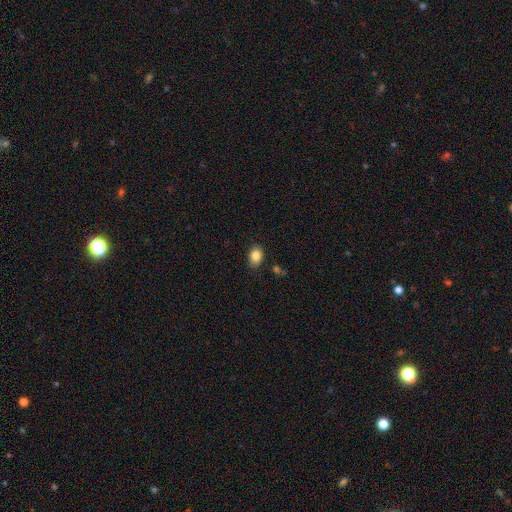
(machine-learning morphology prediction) Smooth or featured?
  - smooth: 85% *
  - star or artifact: 9%
  - featured or disk: 6%
How rounded?
  - in between: 69% *
  - round: 30%
  - cigar-shaped: 1%
Merging?
  - none: 84% *
  - minor disturbance: 11%
  - major disturbance: 3%
  - merger: 2%